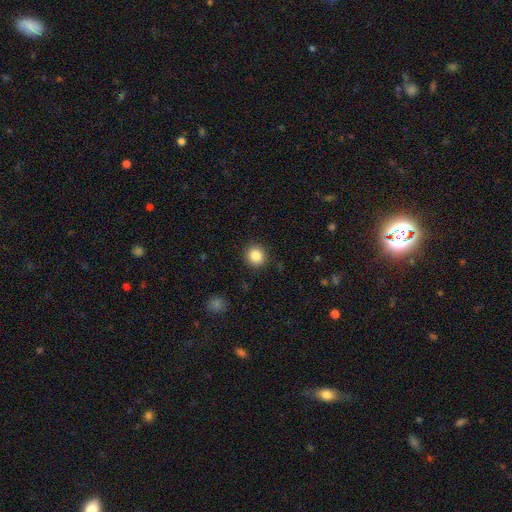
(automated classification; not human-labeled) This appears to be a smooth galaxy with no disk features (85%) that is round (89%). Merging: none (91%).